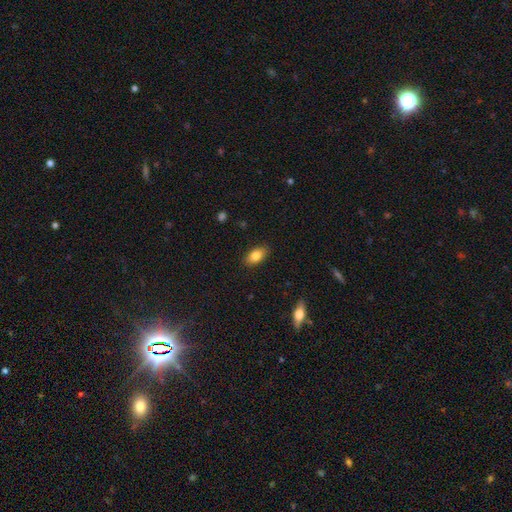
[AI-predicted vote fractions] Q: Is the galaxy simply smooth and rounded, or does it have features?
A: smooth — 83%.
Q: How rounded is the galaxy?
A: in between — 89%.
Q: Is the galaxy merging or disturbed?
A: none — 86%.